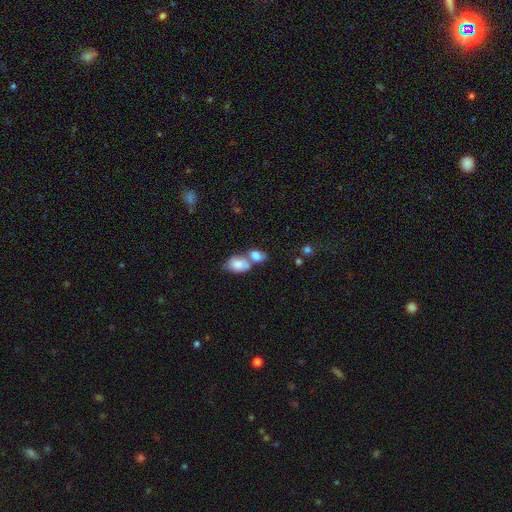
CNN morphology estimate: smooth_or_featured: smooth (p=0.80) [alt: featured or disk p=0.12]
how_rounded: in between (p=0.85) [alt: round p=0.13]
merging: merger (p=0.61) [alt: none p=0.25]